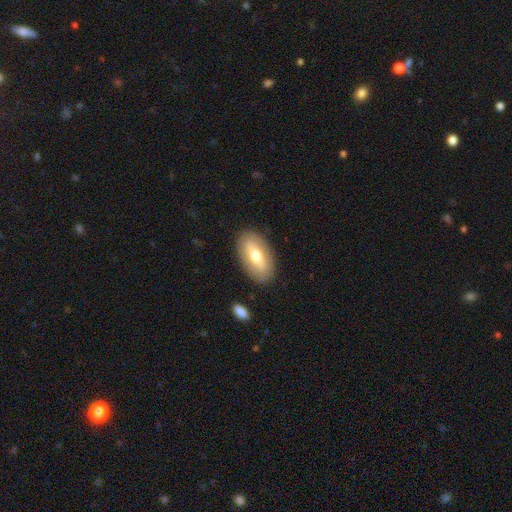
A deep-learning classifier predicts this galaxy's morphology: Smooth or featured? Predicted: smooth (p=0.56). How rounded? Predicted: in between (p=0.90). Merging? Predicted: none (p=0.86).